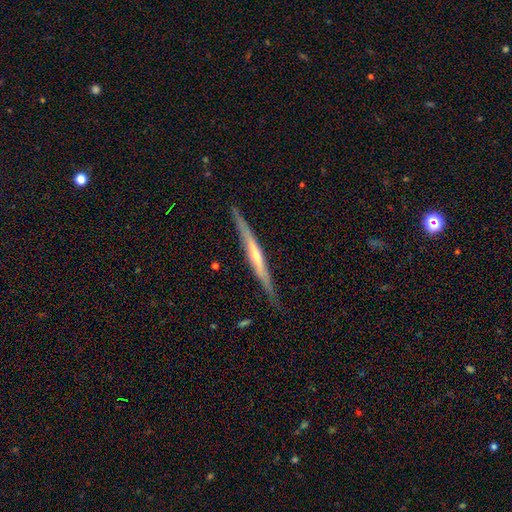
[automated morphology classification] A featured or disk galaxy (73%) viewed edge-on (97%) with a rounded central bulge (50%).

Vote fractions:
- Smooth or featured? featured or disk: 73% / smooth: 21% / star or artifact: 5%
- Edge-on disk? yes: 97% / no: 3%
- Edge-on bulge? rounded: 50% / none: 43% / boxy: 7%
- Merging? none: 86% / minor disturbance: 11% / major disturbance: 2% / merger: 1%